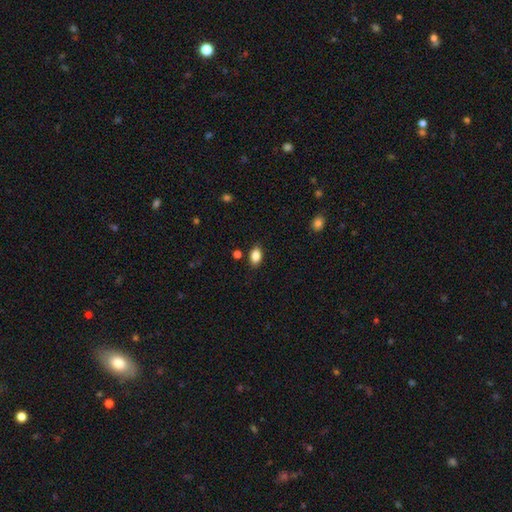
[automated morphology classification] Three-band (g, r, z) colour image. It shows a smooth galaxy with no disk features (86%) that is in between round and cigar-shaped (88%). Merging: none (85%).